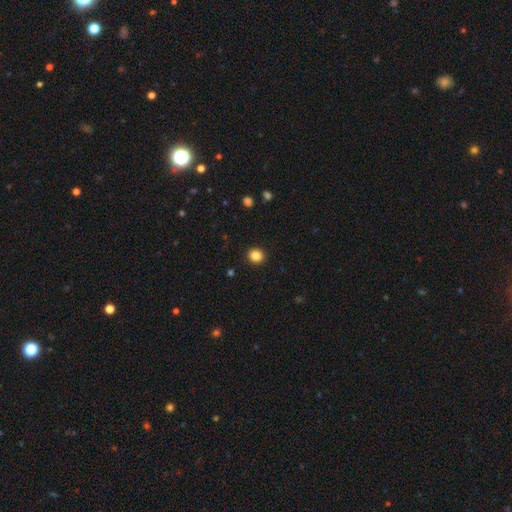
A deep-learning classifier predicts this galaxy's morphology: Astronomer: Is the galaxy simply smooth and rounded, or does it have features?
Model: smooth — 85%.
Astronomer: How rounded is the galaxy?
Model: round — 86%.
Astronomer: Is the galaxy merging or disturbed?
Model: none — 92%.